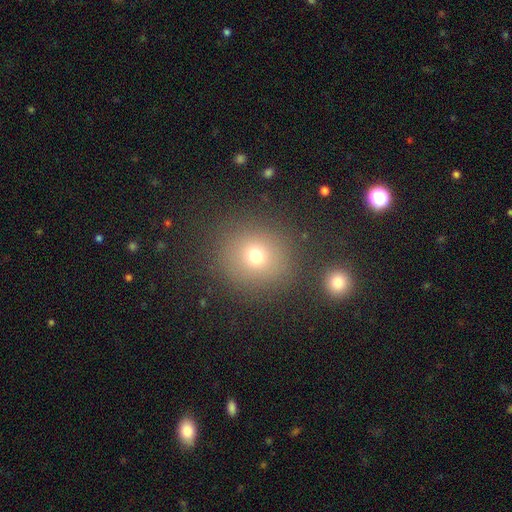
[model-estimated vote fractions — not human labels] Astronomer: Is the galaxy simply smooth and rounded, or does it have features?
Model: smooth — 72%.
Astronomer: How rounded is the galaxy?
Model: round — 85%.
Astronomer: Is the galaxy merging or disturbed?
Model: none — 82%.